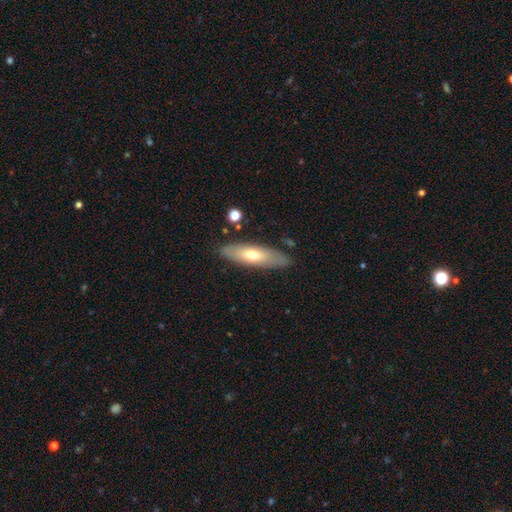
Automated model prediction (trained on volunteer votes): smooth-or-featured: smooth: 52% | featured or disk: 41% | star or artifact: 7%
  how-rounded: cigar-shaped: 59% | in between: 39% | round: 2%
  merging: none: 85% | minor disturbance: 11% | merger: 2% | major disturbance: 2%